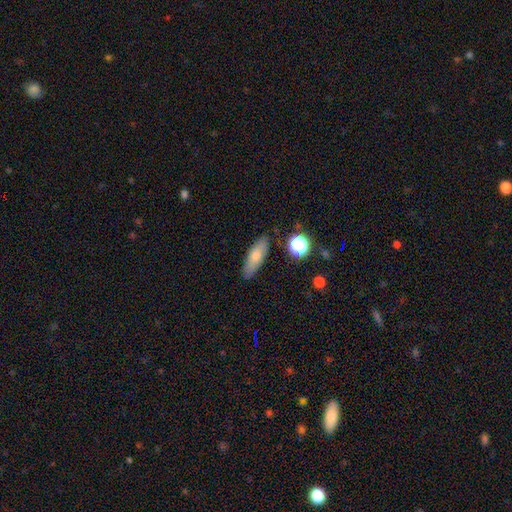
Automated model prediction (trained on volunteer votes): Smooth or featured?
  - smooth: 68% *
  - featured or disk: 24%
  - star or artifact: 8%
How rounded?
  - in between: 51% *
  - cigar-shaped: 44%
  - round: 4%
Merging?
  - none: 86% *
  - minor disturbance: 10%
  - major disturbance: 2%
  - merger: 2%